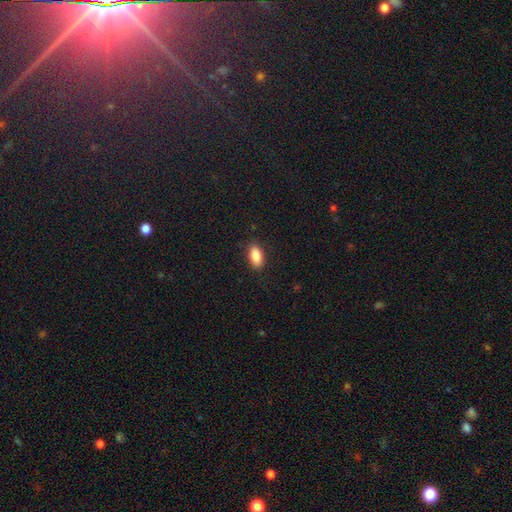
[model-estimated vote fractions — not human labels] Smooth or featured: smooth — 87% (star or artifact — 7%)
How rounded: in between — 91% (cigar-shaped — 5%)
Merging: none — 87% (minor disturbance — 10%)